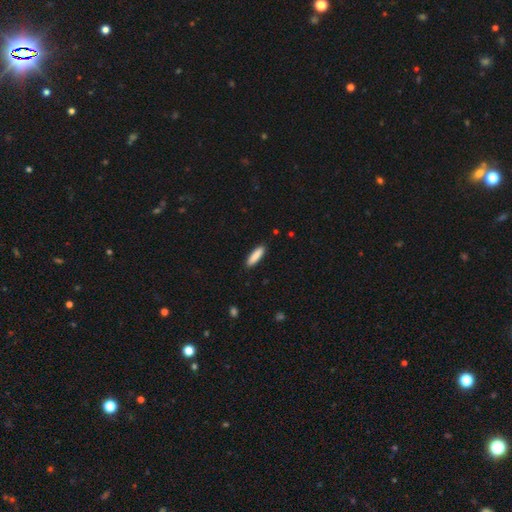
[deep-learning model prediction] This appears to be a smooth galaxy with no disk features (88%) that is cigar-shaped (67%). Merging: none (89%).